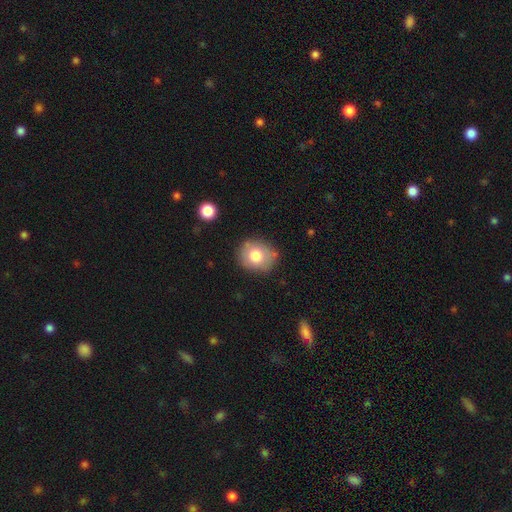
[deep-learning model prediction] A smooth galaxy with no disk features (77%) that is round (75%). Merging: none (79%).